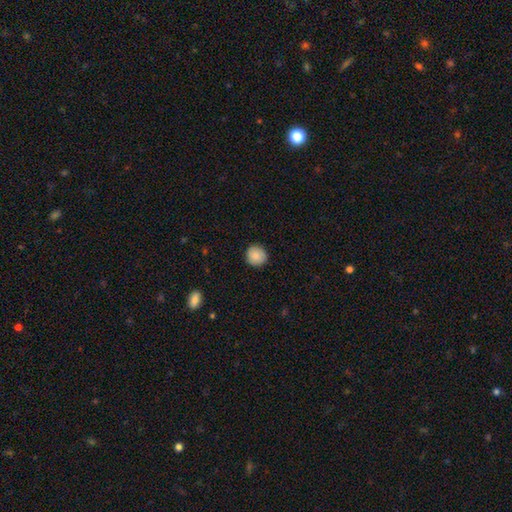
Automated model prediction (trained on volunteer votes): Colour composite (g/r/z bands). It shows a smooth galaxy with no disk features (87%) that is round (92%). Merging: none (90%).